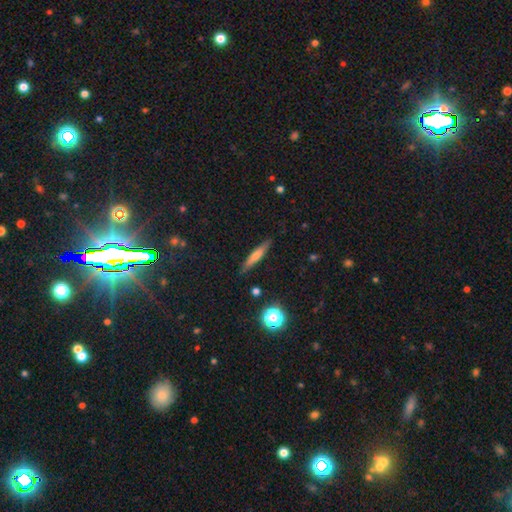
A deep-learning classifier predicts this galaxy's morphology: Smooth or featured? smooth (61%)
How rounded? cigar-shaped (88%)
Merging? none (87%)